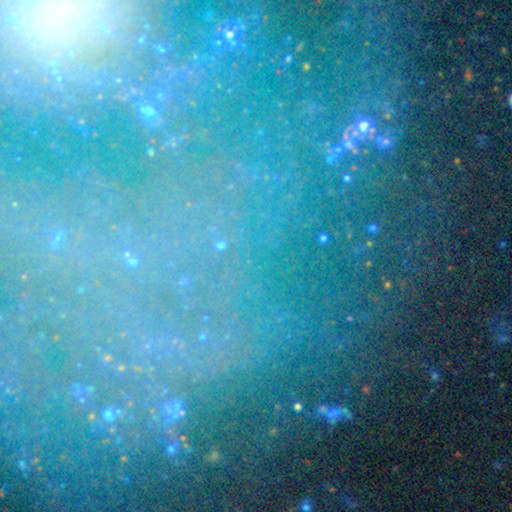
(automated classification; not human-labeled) smooth-or-featured: star or artifact: 62% | featured or disk: 24% | smooth: 14%